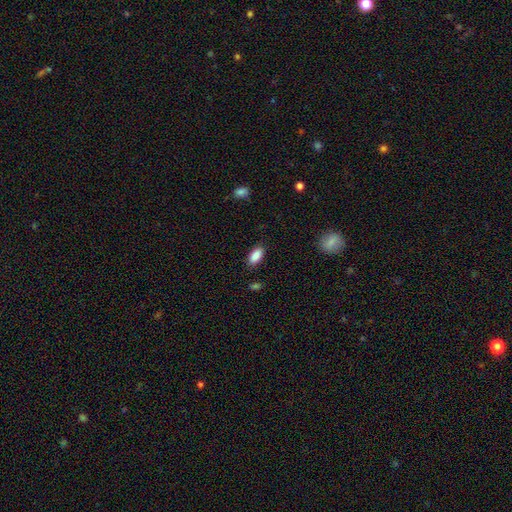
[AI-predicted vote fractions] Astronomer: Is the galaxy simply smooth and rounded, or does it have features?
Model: smooth — 89%.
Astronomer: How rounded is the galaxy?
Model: in between — 91%.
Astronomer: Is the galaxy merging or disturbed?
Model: none — 86%.